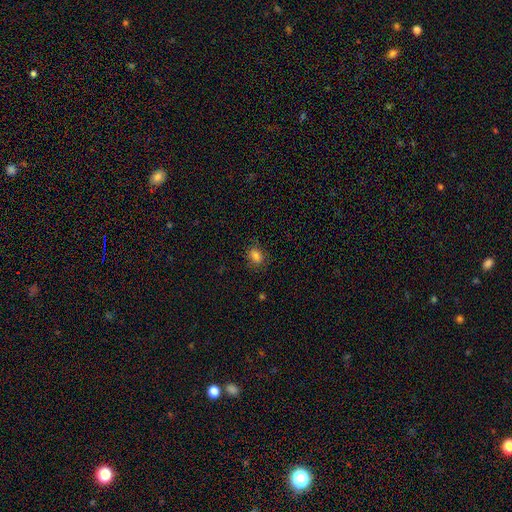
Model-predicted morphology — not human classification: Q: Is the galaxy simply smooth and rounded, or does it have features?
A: smooth — 83%.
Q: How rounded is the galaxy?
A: in between — 66%.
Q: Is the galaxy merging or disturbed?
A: none — 80%.